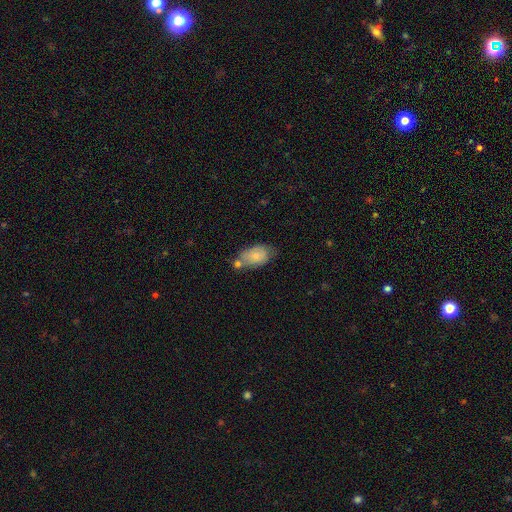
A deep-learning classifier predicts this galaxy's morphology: smooth 75%, featured or disk 18%, star or artifact 7%. Down the decision tree: how rounded — in between (91%); merging — none (47%).